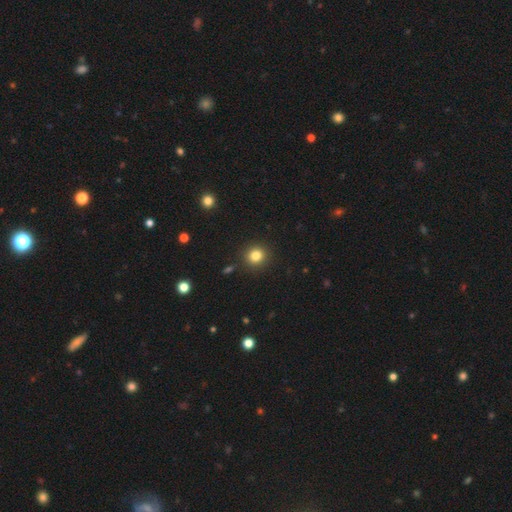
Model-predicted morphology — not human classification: Smooth or featured? Predicted: smooth (p=0.83). How rounded? Predicted: round (p=0.88). Merging? Predicted: none (p=0.90).